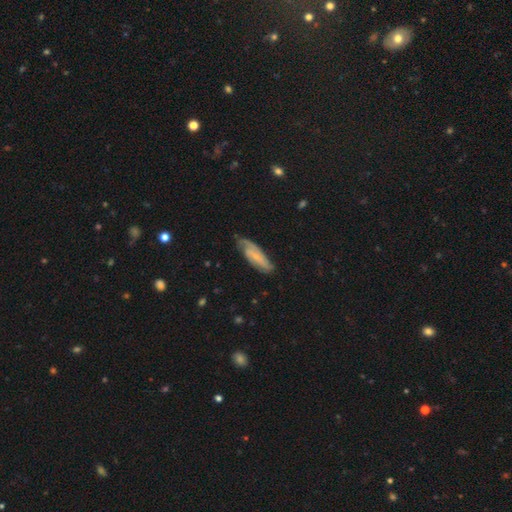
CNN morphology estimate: A featured or disk galaxy (57%). Merging: none (64%).